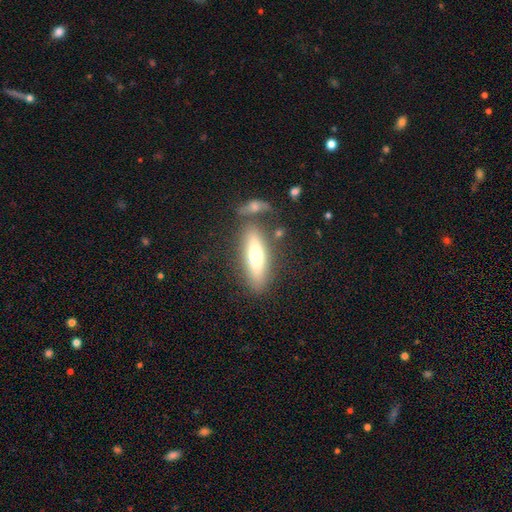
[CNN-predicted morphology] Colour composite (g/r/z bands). It shows a smooth galaxy with no disk features (56%) that is cigar-shaped (61%). Merging: none (73%).